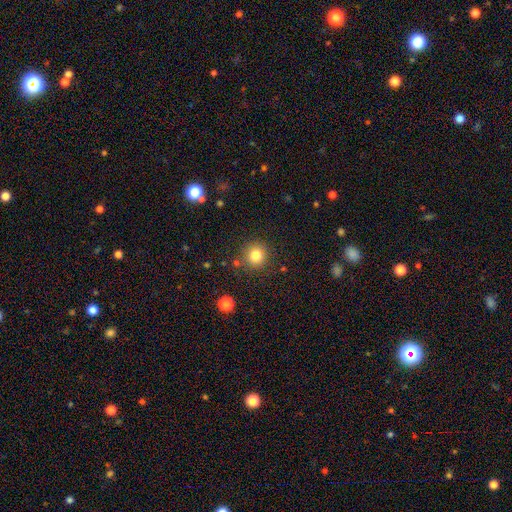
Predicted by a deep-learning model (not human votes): The model was most divided on "smooth or featured": smooth: 82%, star or artifact: 12%, featured or disk: 6%. More confident: how rounded — round (92%); merging — none (85%).